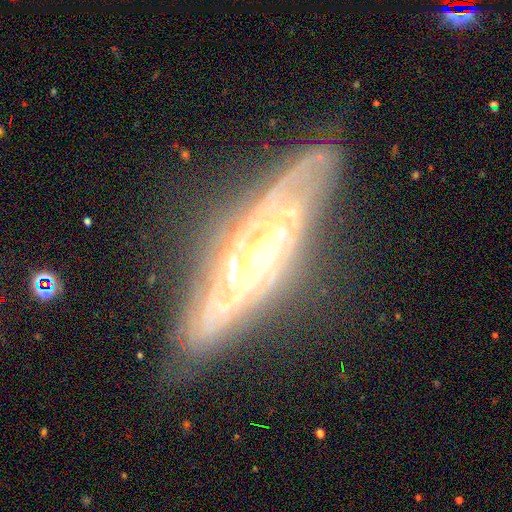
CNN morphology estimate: Smooth or featured: featured or disk — 86% (smooth — 7%)
Edge-on disk: no — 64% (yes — 36%)
Bar: no — 50% (weak — 32%)
Spiral arms: yes — 94% (no — 6%)
Spiral winding: tight — 66% (medium — 28%)
Spiral arm count: can't tell — 35% (2 — 29%)
Bulge size: moderate — 50% (small — 38%)
Merging: none — 77% (minor disturbance — 16%)